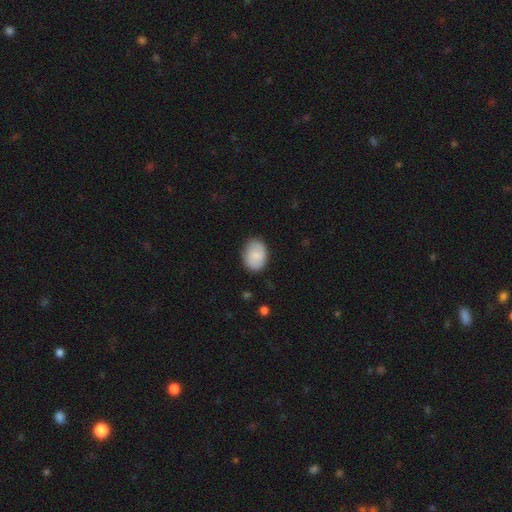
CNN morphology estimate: Smooth or featured? Predicted: smooth (p=0.83). How rounded? Predicted: in between (p=0.74). Merging? Predicted: none (p=0.83).